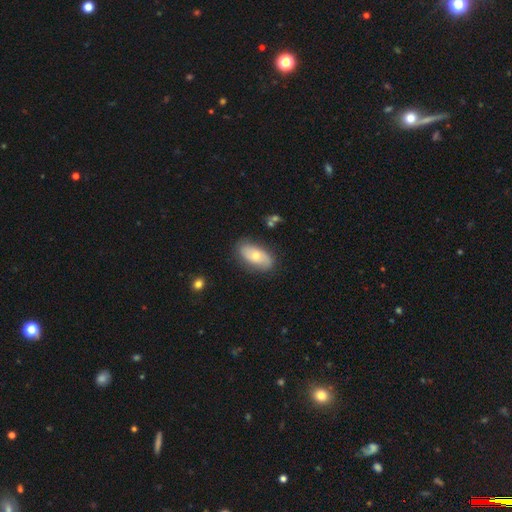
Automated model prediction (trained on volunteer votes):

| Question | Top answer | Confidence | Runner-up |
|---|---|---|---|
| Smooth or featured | smooth | 56% | featured or disk (37%) |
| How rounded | in between | 91% | cigar-shaped (5%) |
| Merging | none | 80% | minor disturbance (15%) |